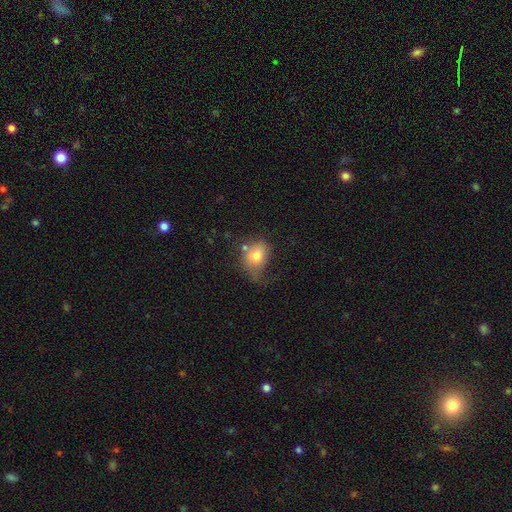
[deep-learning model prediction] Smooth or featured?
  - smooth: 72% *
  - featured or disk: 19%
  - star or artifact: 9%
How rounded?
  - in between: 56% *
  - round: 42%
  - cigar-shaped: 1%
Merging?
  - none: 35% *
  - minor disturbance: 29%
  - major disturbance: 25%
  - merger: 10%